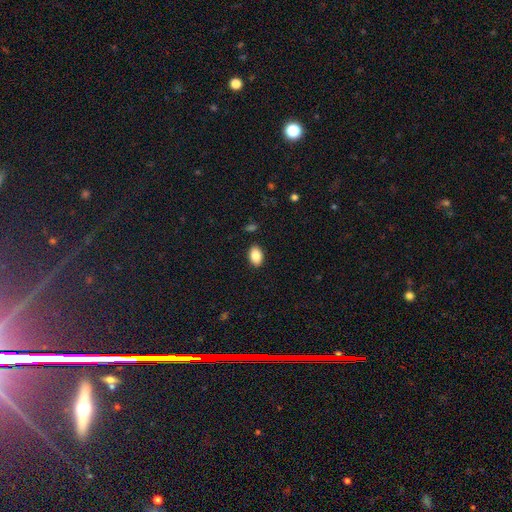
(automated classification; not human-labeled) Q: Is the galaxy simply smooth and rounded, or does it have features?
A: smooth — 87%.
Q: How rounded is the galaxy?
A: in between — 90%.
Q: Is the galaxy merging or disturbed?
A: none — 88%.